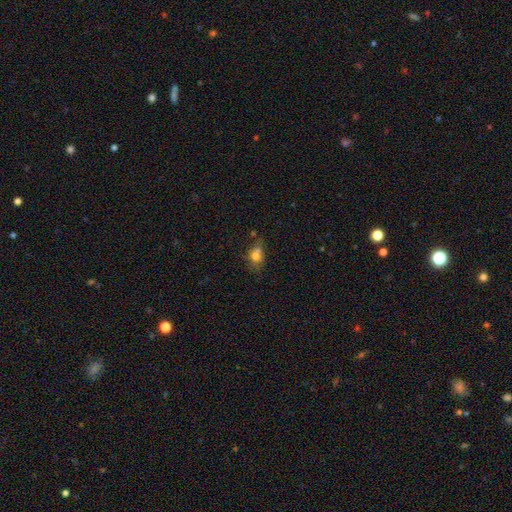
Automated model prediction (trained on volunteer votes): Morphology: type=smooth (72%); roundness=in between (56%); merging=none (42%).